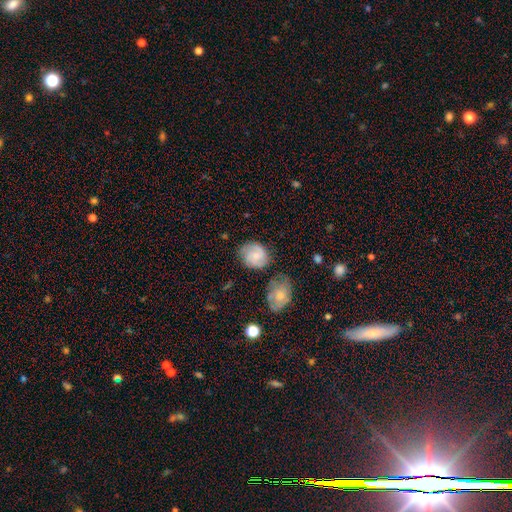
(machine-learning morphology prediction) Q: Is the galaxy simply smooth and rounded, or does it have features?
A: featured or disk — 49%.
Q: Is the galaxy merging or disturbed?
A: none — 68%.